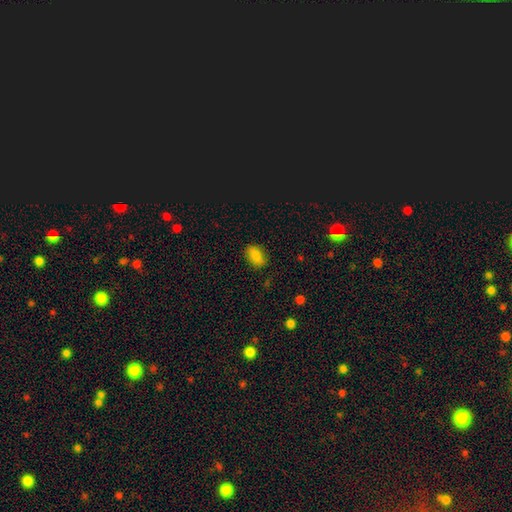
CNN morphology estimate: smooth_or_featured: smooth (p=0.83) [alt: star or artifact p=0.11]
how_rounded: in between (p=0.86) [alt: round p=0.12]
merging: none (p=0.84) [alt: minor disturbance p=0.12]